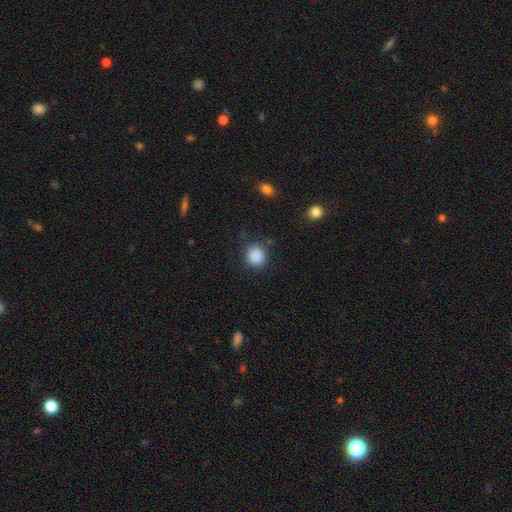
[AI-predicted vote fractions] This appears to be a smooth galaxy with no disk features (88%) that is round (83%). Merging: none (83%).